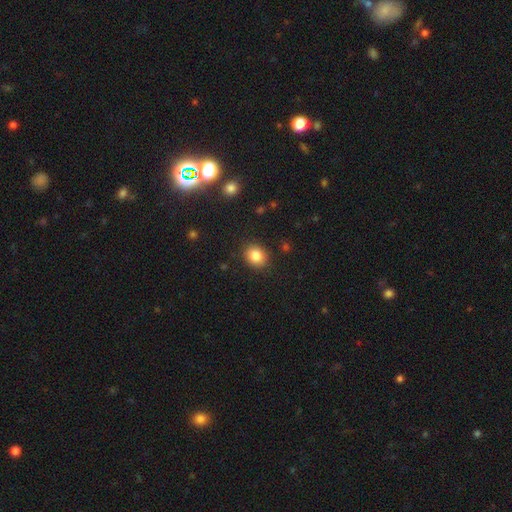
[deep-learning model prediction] Q: Smooth or featured?
A: smooth (84%); runner-up: star or artifact (10%)
Q: How rounded?
A: round (60%); runner-up: in between (39%)
Q: Merging?
A: none (88%); runner-up: minor disturbance (8%)